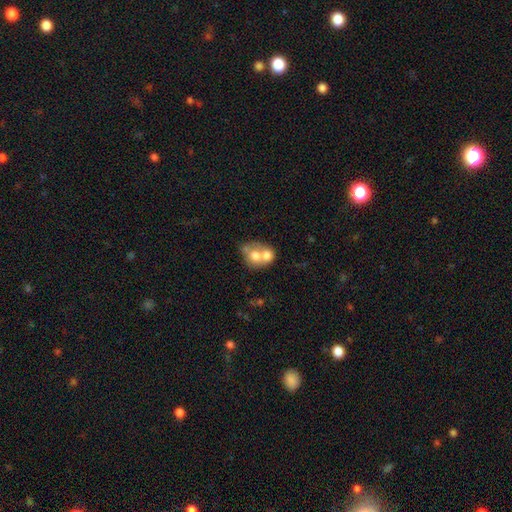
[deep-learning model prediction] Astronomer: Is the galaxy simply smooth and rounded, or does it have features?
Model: smooth — 62%.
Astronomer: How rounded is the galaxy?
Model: round — 56% (runner-up: in between, 43%).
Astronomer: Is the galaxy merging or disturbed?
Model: merger — 70%.